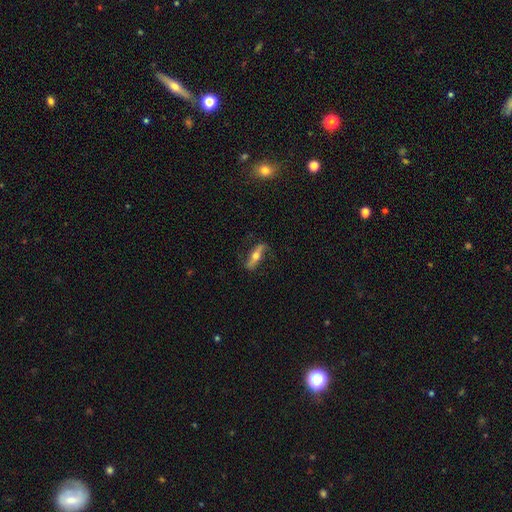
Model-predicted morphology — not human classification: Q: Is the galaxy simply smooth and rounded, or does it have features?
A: featured or disk — 66%.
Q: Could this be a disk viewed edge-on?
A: yes — 53%.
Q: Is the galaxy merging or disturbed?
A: none — 75%.